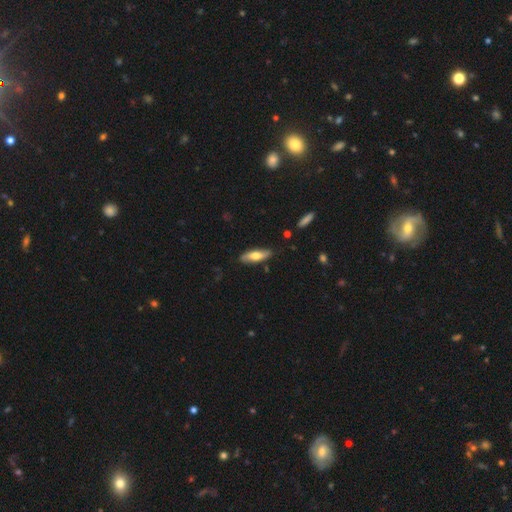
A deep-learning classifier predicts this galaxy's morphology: Overall: smooth (66%; featured or disk 28%). How rounded: in between (54%; cigar-shaped 44%). Merging: none (81%).